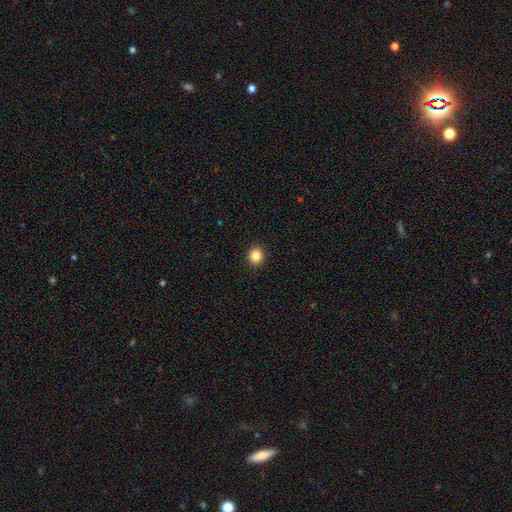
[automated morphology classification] Q: Smooth or featured?
A: smooth (85%); runner-up: star or artifact (10%)
Q: How rounded?
A: round (76%); runner-up: in between (23%)
Q: Merging?
A: none (92%); runner-up: minor disturbance (5%)